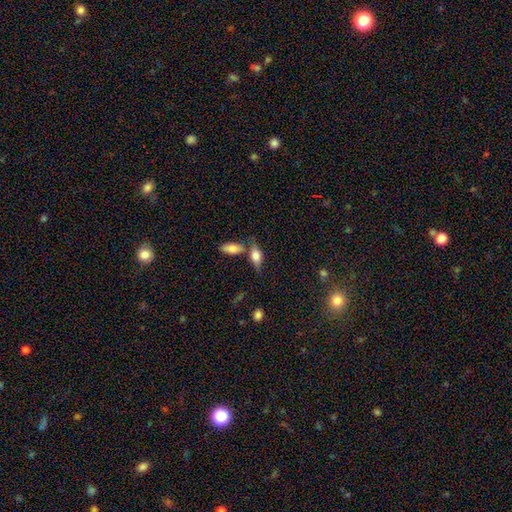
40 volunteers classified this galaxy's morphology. A featured or disk galaxy (60%) viewed edge-on (92%) with a rounded central bulge (91%). Merging: none (68%).